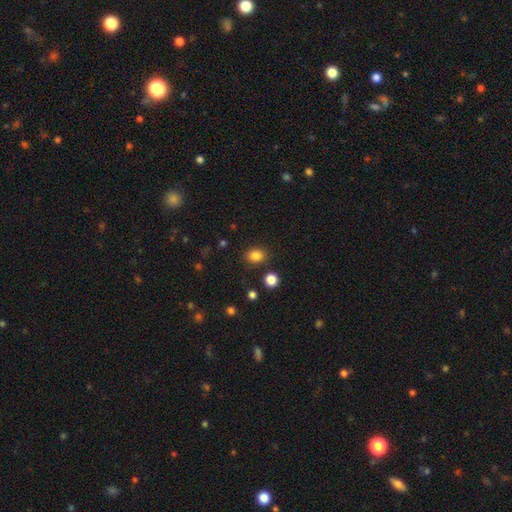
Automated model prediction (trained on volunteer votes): This is clearly a smooth galaxy (84%). How rounded: possibly round (60%). Merging: clearly none (84%).